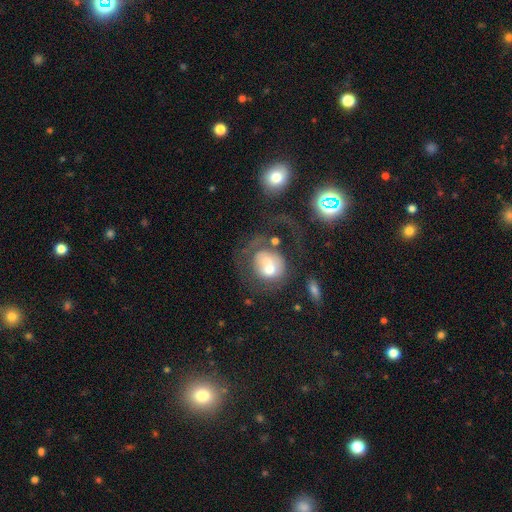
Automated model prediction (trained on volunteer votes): This appears to be a featured or disk galaxy (51%). Merging: none (50%).